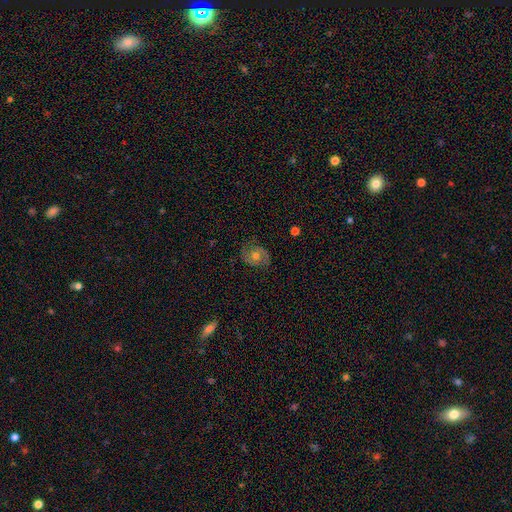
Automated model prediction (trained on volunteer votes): smooth-or-featured: featured or disk: 73% | smooth: 17% | star or artifact: 10%
  disk-edge-on: no: 97% | yes: 3%
    bar: no: 72% | weak: 23% | strong: 5%
    has-spiral-arms: yes: 92% | no: 8%
      spiral-winding: medium: 48% | tight: 35% | loose: 17%
      spiral-arm-count: 2: 85% | can't tell: 7% | 1: 3% | 3: 2% | 4: 1% | more than 4: 1%
    bulge-size: moderate: 67% | small: 25% | large: 5% | none: 1% | dominant: 1%
  merging: none: 79% | minor disturbance: 15% | major disturbance: 5% | merger: 1%